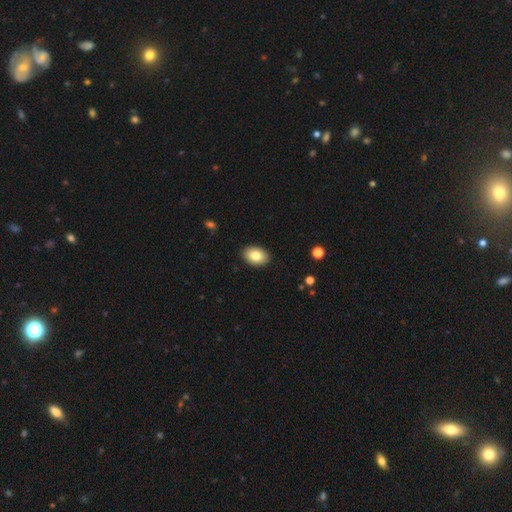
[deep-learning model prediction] A smooth galaxy with no disk features (84%) that is in between round and cigar-shaped (87%).

Vote fractions:
- Smooth or featured? smooth: 84% / featured or disk: 9% / star or artifact: 7%
- How rounded? in between: 87% / round: 12% / cigar-shaped: 1%
- Merging? none: 90% / minor disturbance: 8% / major disturbance: 2% / merger: 1%